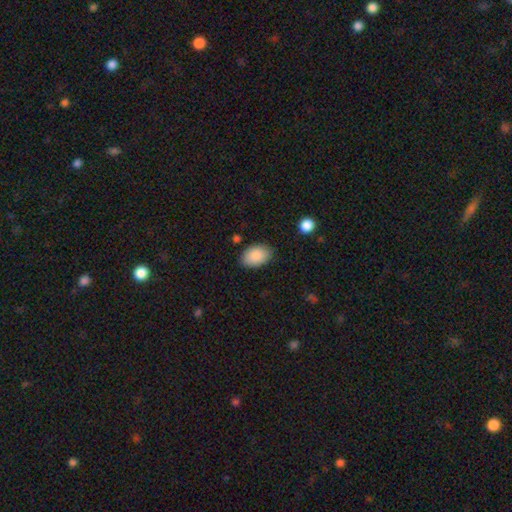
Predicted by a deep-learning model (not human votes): smooth_or_featured: smooth (p=0.89) [alt: star or artifact p=0.06]
how_rounded: in between (p=0.88) [alt: round p=0.11]
merging: none (p=0.83) [alt: minor disturbance p=0.13]